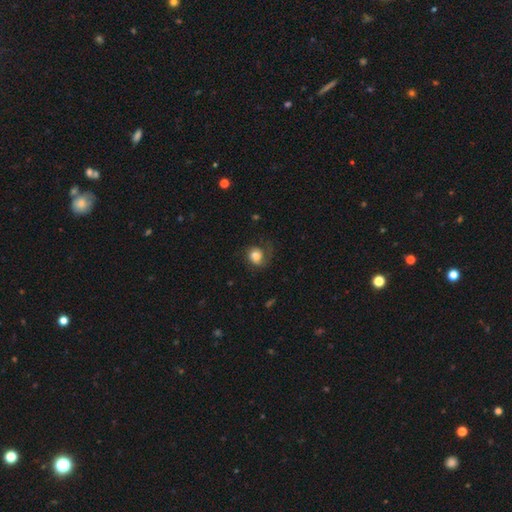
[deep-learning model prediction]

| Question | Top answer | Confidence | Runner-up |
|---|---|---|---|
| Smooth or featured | smooth | 66% | featured or disk (24%) |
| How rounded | round | 64% | in between (35%) |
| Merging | none | 49% | major disturbance (25%) |